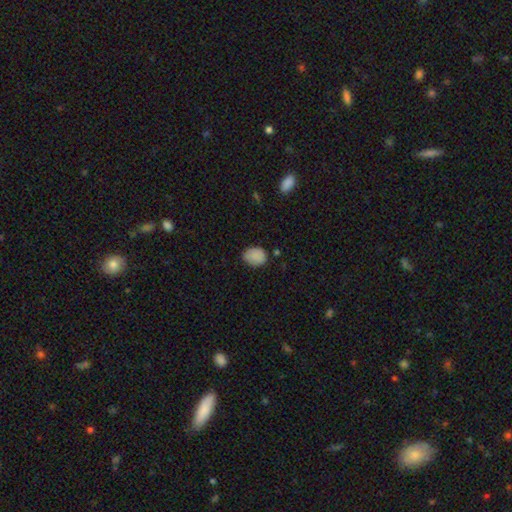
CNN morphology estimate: smooth 86%, star or artifact 9%, featured or disk 5%. Down the decision tree: how rounded — in between (57%); merging — none (74%).